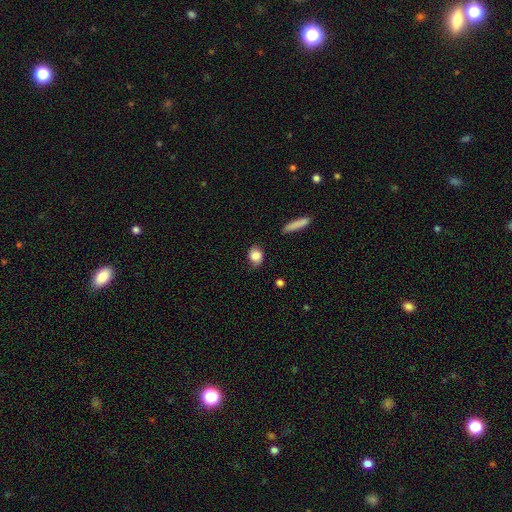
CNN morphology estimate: This is clearly a smooth galaxy (82%). How rounded: possibly round (49%). Merging: likely none (74%).